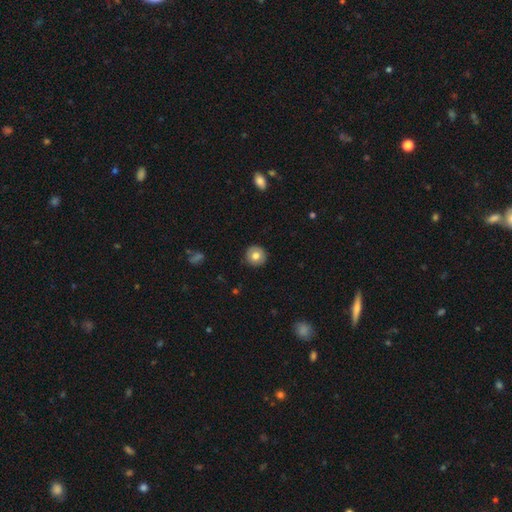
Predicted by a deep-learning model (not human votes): This is likely a smooth galaxy (77%). How rounded: clearly round (94%). Merging: clearly none (91%).